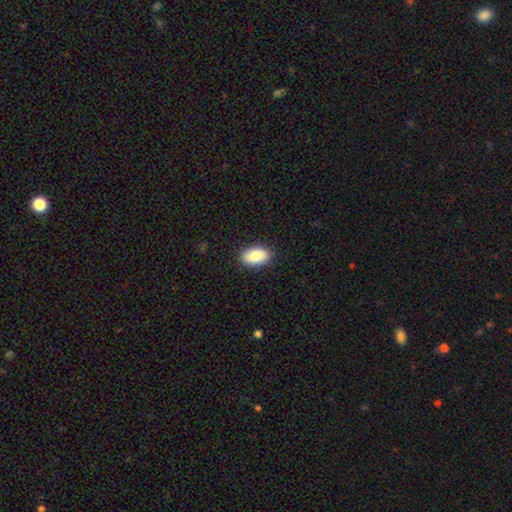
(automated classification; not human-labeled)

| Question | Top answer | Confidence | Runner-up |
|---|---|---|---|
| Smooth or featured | smooth | 86% | featured or disk (7%) |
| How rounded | in between | 91% | round (7%) |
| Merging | none | 88% | minor disturbance (9%) |